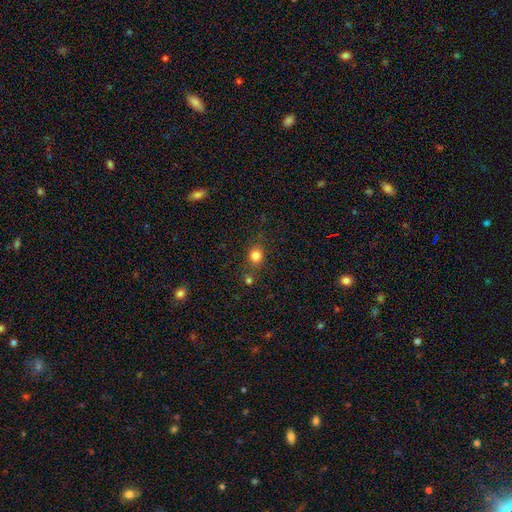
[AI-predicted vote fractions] A smooth galaxy with no disk features (81%) that is round (78%).

Vote fractions:
- Smooth or featured? smooth: 81% / star or artifact: 13% / featured or disk: 6%
- How rounded? round: 78% / in between: 21% / cigar-shaped: 1%
- Merging? none: 75% / minor disturbance: 12% / merger: 9% / major disturbance: 4%